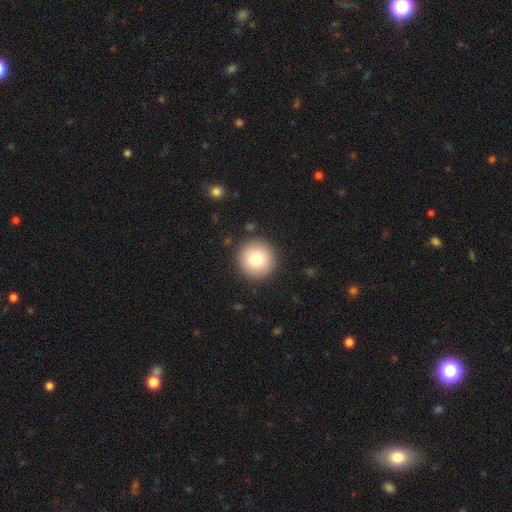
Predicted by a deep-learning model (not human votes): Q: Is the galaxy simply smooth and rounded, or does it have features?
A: smooth — 78%.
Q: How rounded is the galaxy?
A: round — 97%.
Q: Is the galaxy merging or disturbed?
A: none — 92%.